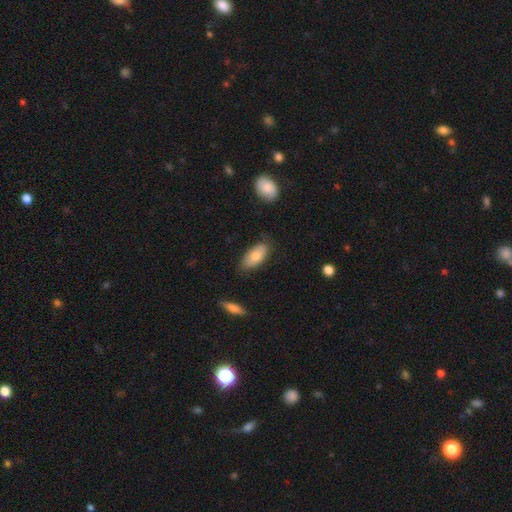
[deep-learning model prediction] This is likely a smooth galaxy (78%). How rounded: clearly in between (91%). Merging: likely none (75%).